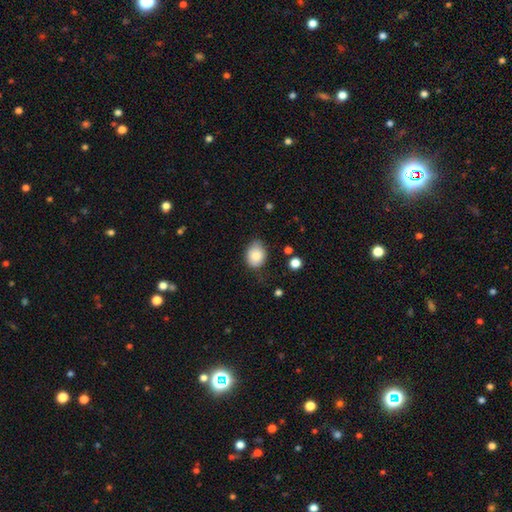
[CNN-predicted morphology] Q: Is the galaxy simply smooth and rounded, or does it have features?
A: smooth — 86%.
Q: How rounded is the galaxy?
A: in between — 64%.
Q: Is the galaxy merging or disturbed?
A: none — 67%.